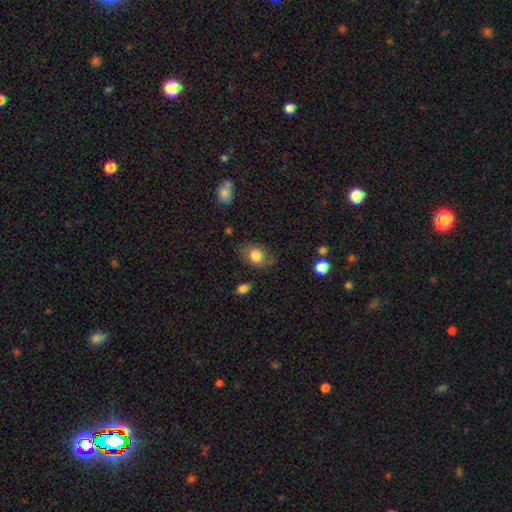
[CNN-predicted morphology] type=smooth (77%); roundness=in between (73%); merging=none (65%).